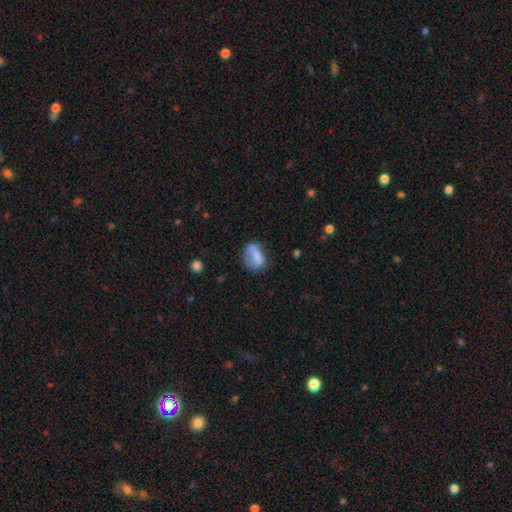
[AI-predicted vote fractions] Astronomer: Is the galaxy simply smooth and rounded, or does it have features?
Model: smooth — 71%.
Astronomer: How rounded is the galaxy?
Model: in between — 71%.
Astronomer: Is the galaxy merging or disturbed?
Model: none — 47% (runner-up: minor disturbance, 29%).